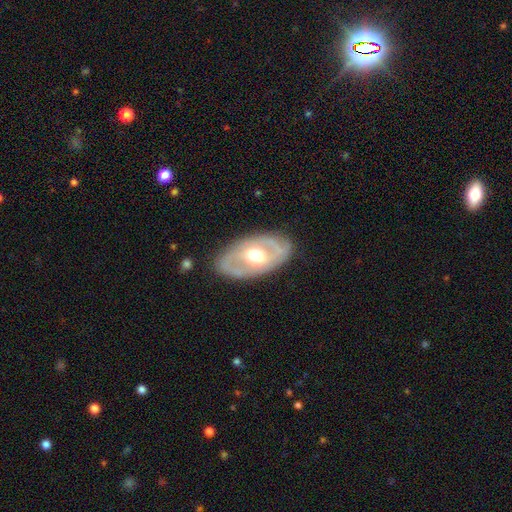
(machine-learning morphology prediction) Overall: featured or disk (67%; smooth 28%). Edge-on disk: no (90%). Bar: no (62%; weak 27%). Spiral arms: no (55%; yes 45%). Bulge size: moderate (67%). Merging: none (82%).